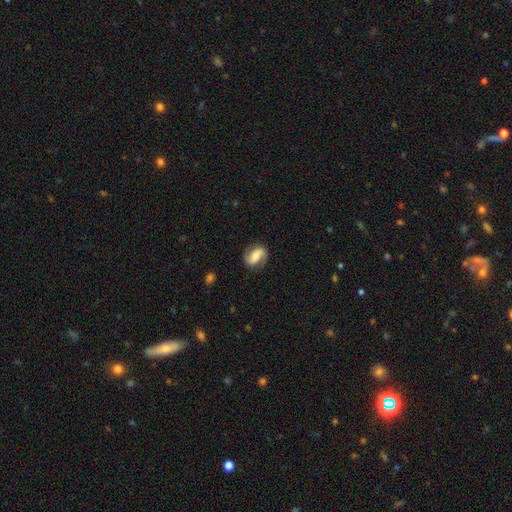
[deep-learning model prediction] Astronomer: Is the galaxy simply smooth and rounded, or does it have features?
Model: featured or disk — 60%.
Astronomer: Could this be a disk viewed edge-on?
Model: no — 97%.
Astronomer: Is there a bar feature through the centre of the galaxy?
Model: no — 36%, tied with weak at 36%.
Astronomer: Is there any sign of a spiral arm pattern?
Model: yes — 91%.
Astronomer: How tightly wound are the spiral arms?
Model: loose — 40% (runner-up: medium, 38%).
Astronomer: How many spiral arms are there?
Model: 2 — 89%.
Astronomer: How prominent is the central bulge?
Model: moderate — 40% (runner-up: small, 29%).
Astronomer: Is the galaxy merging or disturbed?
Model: none — 79%.